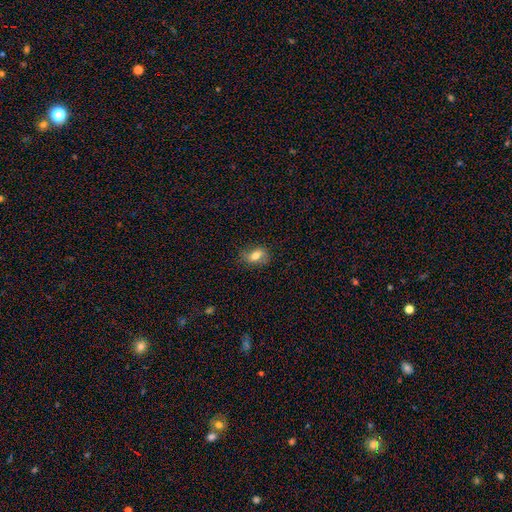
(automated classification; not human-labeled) smooth-or-featured: smooth: 67% | featured or disk: 24% | star or artifact: 10%
  how-rounded: in between: 77% | round: 19% | cigar-shaped: 4%
  merging: none: 72% | minor disturbance: 21% | major disturbance: 6% | merger: 1%